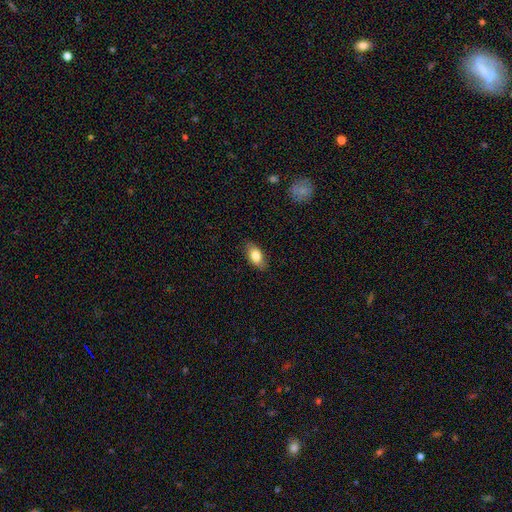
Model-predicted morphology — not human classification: smooth-or-featured: smooth: 82% | featured or disk: 12% | star or artifact: 7%
  how-rounded: in between: 90% | round: 6% | cigar-shaped: 4%
  merging: none: 85% | minor disturbance: 12% | major disturbance: 3% | merger: 1%